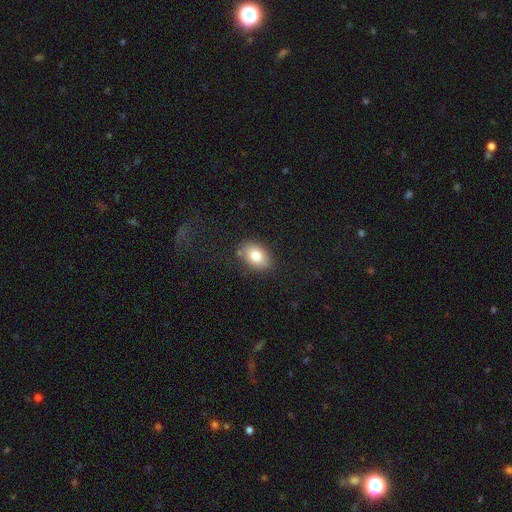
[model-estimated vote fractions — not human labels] Morphology: type=smooth (81%); roundness=in between (85%); merging=none (81%).